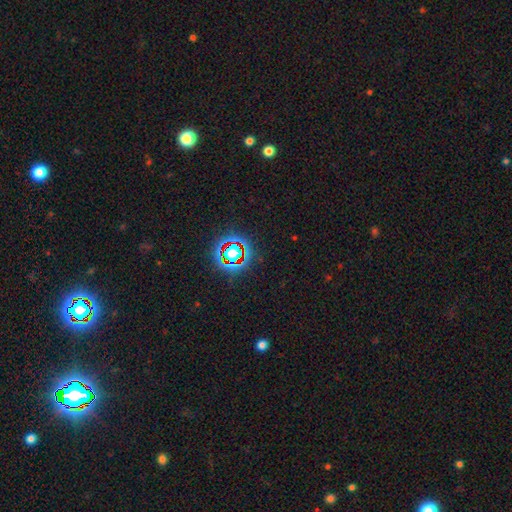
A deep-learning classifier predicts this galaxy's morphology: Smooth or featured?
  - star or artifact: 77% *
  - smooth: 15%
  - featured or disk: 8%